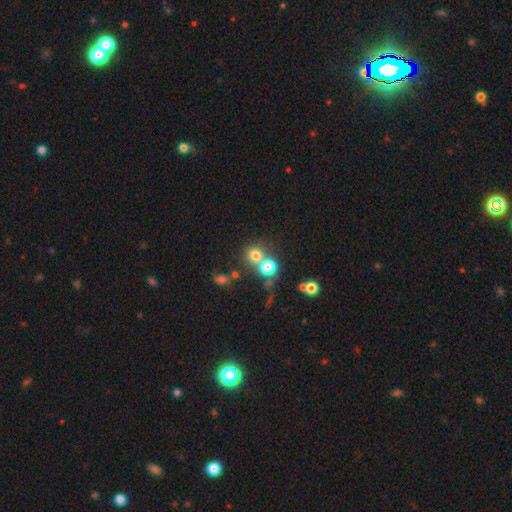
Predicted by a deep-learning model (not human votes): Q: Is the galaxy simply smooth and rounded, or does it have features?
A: smooth — 73%.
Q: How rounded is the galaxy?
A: round — 86%.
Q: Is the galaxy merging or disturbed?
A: none — 49%.